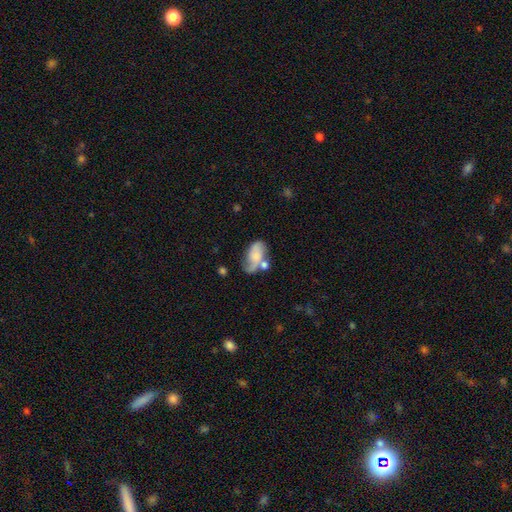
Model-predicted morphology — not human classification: Smooth or featured? Predicted: featured or disk (p=0.48). Merging? Predicted: none (p=0.37).